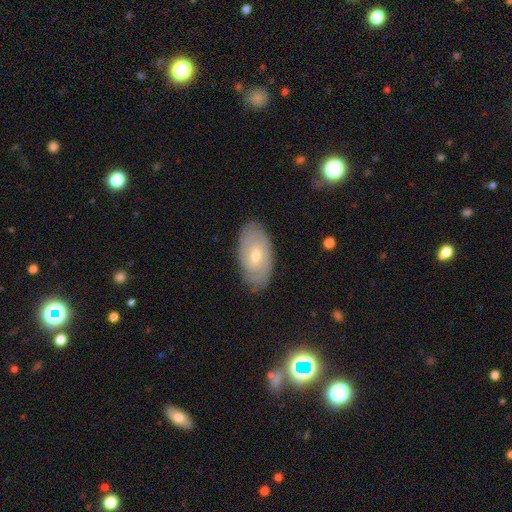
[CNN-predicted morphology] Smooth or featured?
  - featured or disk: 53% *
  - smooth: 39%
  - star or artifact: 8%
Edge-on disk?
  - no: 90% *
  - yes: 10%
Merging?
  - none: 82% *
  - minor disturbance: 14%
  - major disturbance: 3%
  - merger: 1%